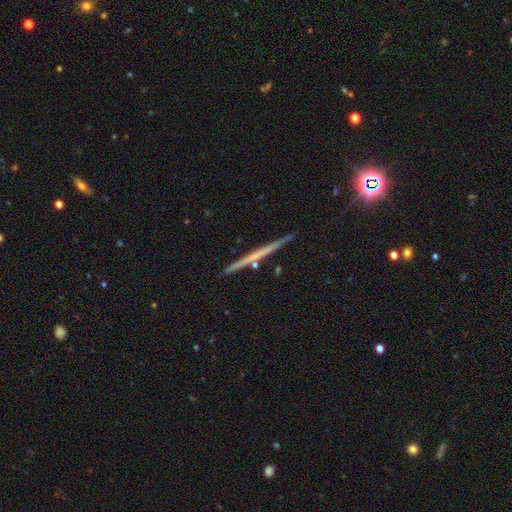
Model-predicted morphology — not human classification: smooth-or-featured: featured or disk: 60% | smooth: 33% | star or artifact: 7%
  disk-edge-on: yes: 98% | no: 2%
    edge-on-bulge: none: 87% | rounded: 9% | boxy: 4%
  merging: none: 90% | minor disturbance: 7% | merger: 2% | major disturbance: 1%